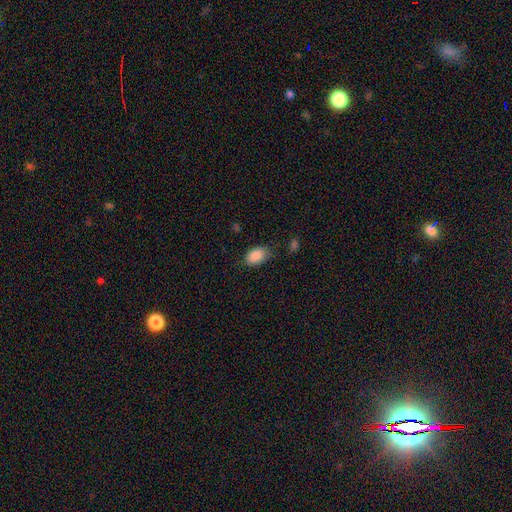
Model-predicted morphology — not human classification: This is clearly a smooth galaxy (88%). How rounded: clearly in between (90%). Merging: likely none (69%).